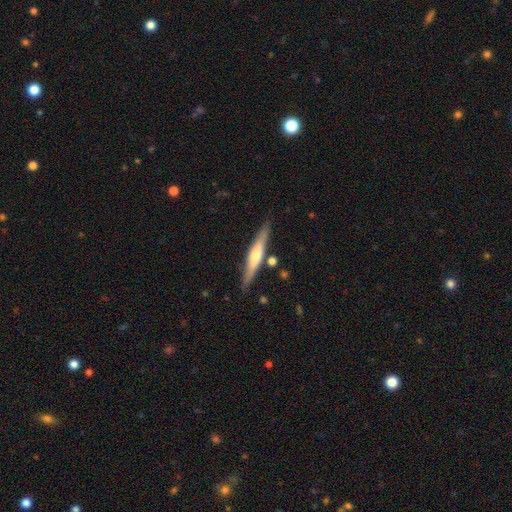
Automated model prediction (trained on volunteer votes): This is possibly a featured or disk galaxy (58%). It is clearly viewed edge-on (95%). Edge-on bulge: likely rounded (78%). Merging: clearly none (84%).